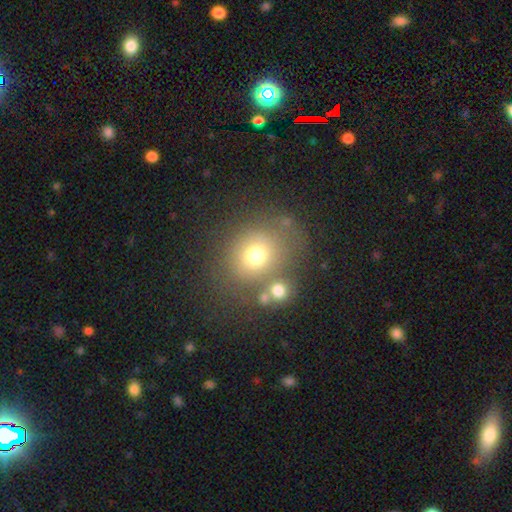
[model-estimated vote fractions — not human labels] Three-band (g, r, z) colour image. It shows a smooth galaxy with no disk features (70%) that is round (70%). Merging: none (62%).